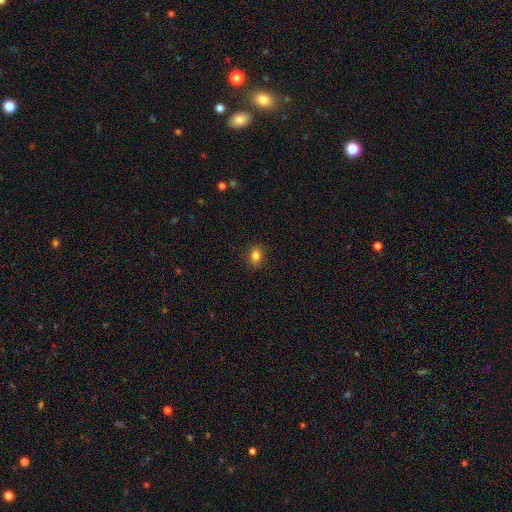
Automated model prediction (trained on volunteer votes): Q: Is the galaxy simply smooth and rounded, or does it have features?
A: smooth — 82%.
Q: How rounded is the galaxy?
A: round — 51%.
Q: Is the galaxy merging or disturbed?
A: none — 87%.